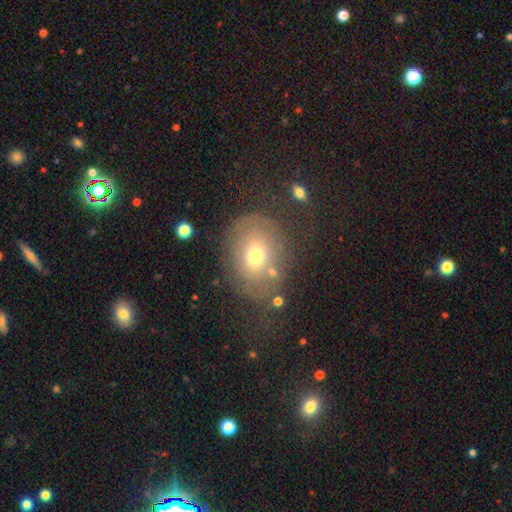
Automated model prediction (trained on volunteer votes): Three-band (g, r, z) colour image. It shows a smooth galaxy with no disk features (59%) that is round (51%). Merging: none (57%).